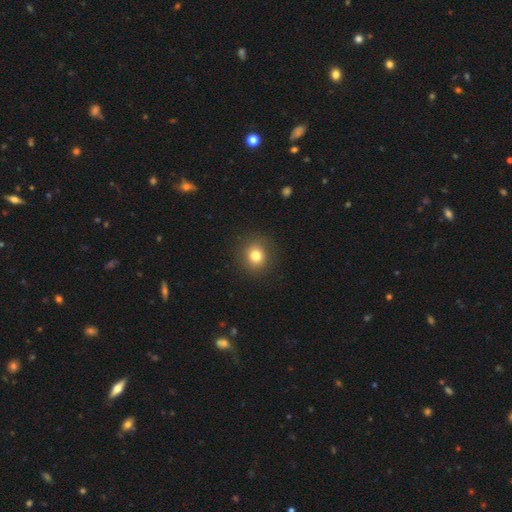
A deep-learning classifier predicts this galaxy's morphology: Smooth or featured?
  - smooth: 80% *
  - star or artifact: 12%
  - featured or disk: 9%
How rounded?
  - round: 85% *
  - in between: 14%
  - cigar-shaped: 1%
Merging?
  - none: 89% *
  - minor disturbance: 7%
  - major disturbance: 3%
  - merger: 1%